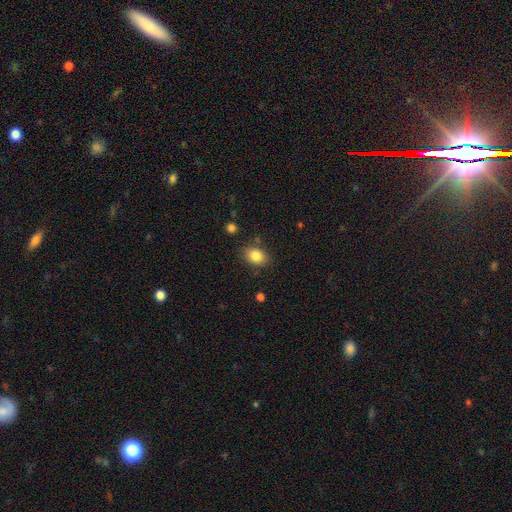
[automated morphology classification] Smooth or featured: smooth — 85% (star or artifact — 9%)
How rounded: in between — 66% (round — 32%)
Merging: none — 81% (minor disturbance — 13%)